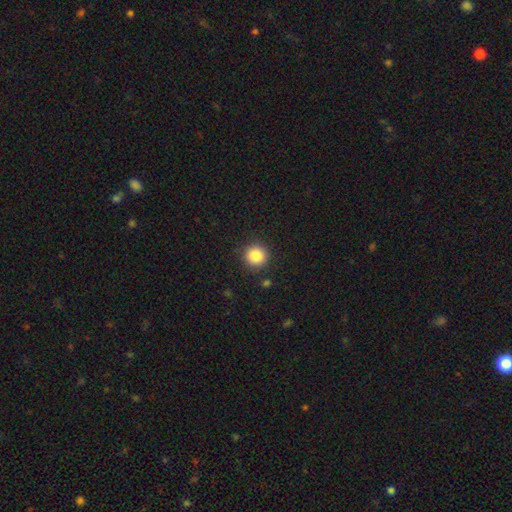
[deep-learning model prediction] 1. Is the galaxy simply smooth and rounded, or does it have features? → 85% smooth, 10% star or artifact, 5% featured or disk.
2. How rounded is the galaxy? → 94% round, 5% in between, 1% cigar-shaped.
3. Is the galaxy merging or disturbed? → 90% none, 6% minor disturbance, 2% major disturbance, 2% merger.